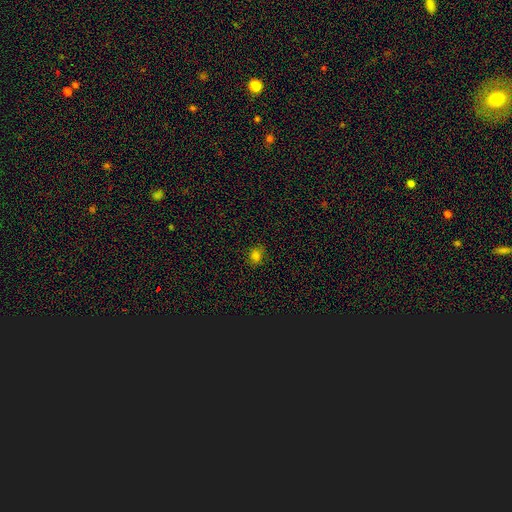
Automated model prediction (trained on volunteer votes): Smooth or featured: smooth — 77% (star or artifact — 18%)
How rounded: round — 60% (in between — 39%)
Merging: none — 83% (minor disturbance — 13%)